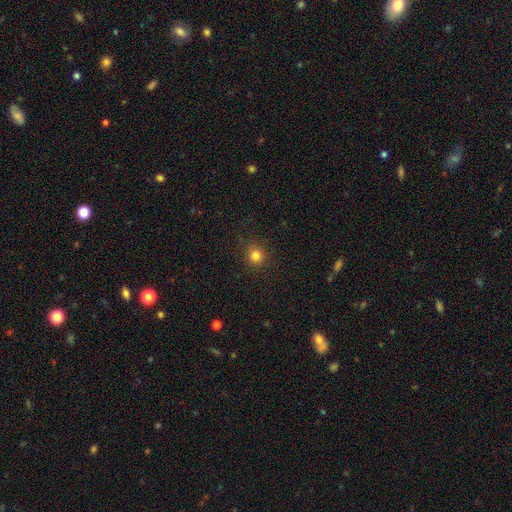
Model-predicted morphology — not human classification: smooth 82%, star or artifact 14%, featured or disk 5%. Down the decision tree: how rounded — round (92%); merging — none (90%).